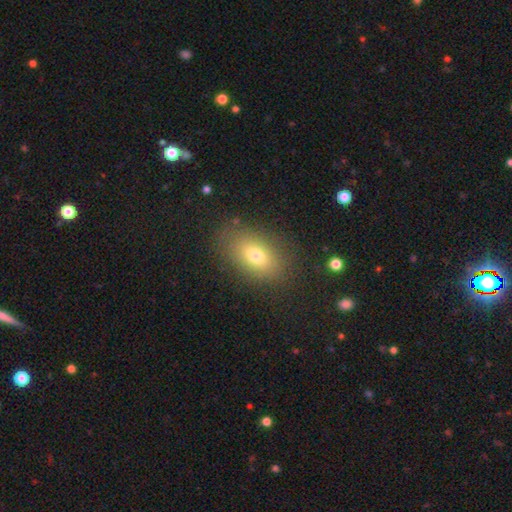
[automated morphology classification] smooth_or_featured: smooth (p=0.73) [alt: featured or disk p=0.15]
how_rounded: in between (p=0.83) [alt: round p=0.15]
merging: none (p=0.83) [alt: minor disturbance p=0.11]